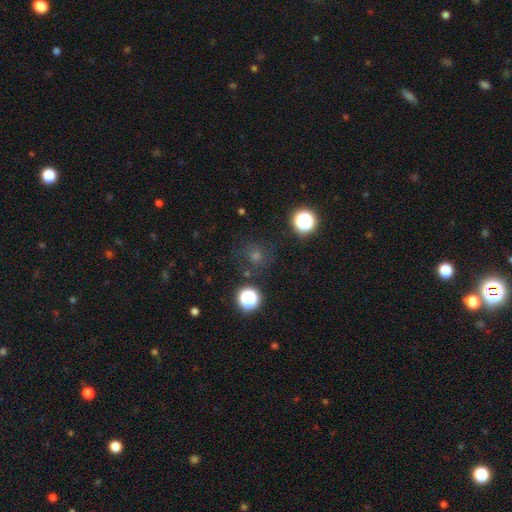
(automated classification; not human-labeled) smooth-or-featured: smooth: 61% | star or artifact: 30% | featured or disk: 9%
  how-rounded: round: 90% | in between: 9% | cigar-shaped: 1%
  merging: none: 79% | minor disturbance: 12% | major disturbance: 6% | merger: 3%